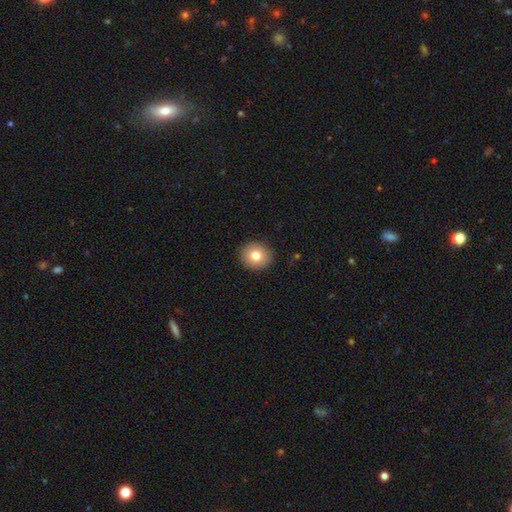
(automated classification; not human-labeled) Smooth or featured: smooth — 78% (featured or disk — 12%)
How rounded: round — 83% (in between — 16%)
Merging: none — 90% (minor disturbance — 7%)